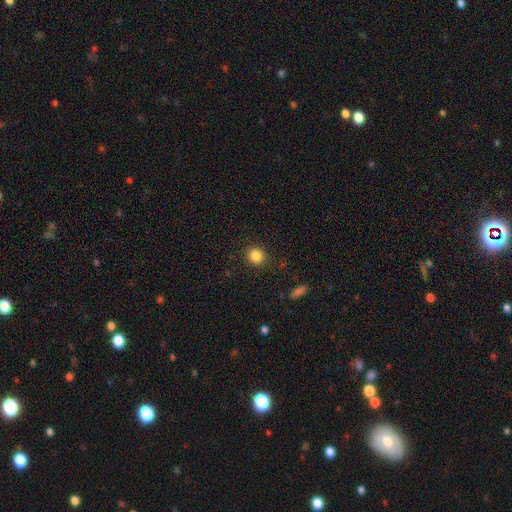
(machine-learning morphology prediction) The model was most divided on "how rounded": round: 83%, in between: 16%, cigar-shaped: 1%. More confident: merging — none (89%); smooth or featured — smooth (84%).